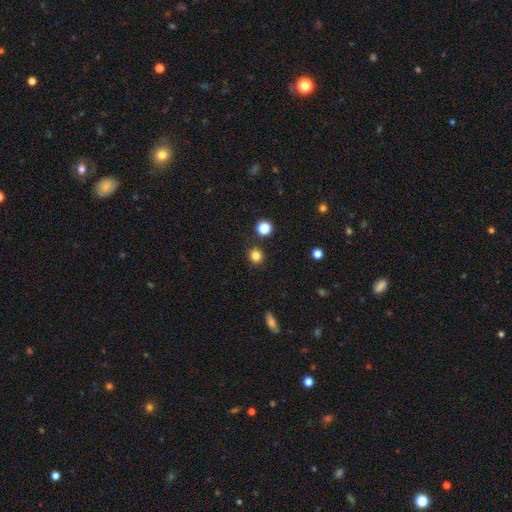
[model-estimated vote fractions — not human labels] smooth 83%, star or artifact 13%, featured or disk 4%. Down the decision tree: how rounded — round (90%); merging — none (89%).